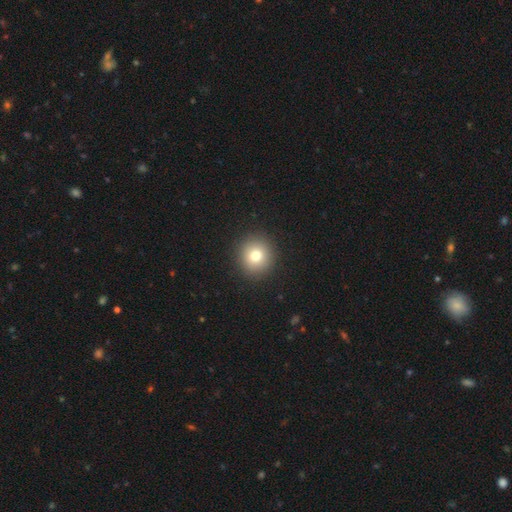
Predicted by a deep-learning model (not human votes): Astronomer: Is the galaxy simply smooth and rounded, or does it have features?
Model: smooth — 77%.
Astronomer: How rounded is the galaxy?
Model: round — 92%.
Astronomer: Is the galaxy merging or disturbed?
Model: none — 92%.